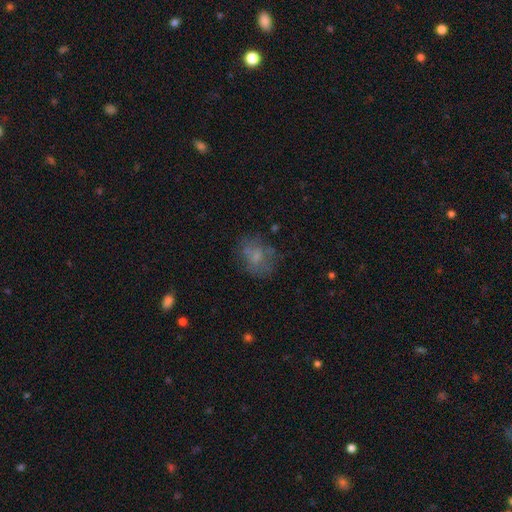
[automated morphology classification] A smooth galaxy with no disk features (54%) that is in between round and cigar-shaped (52%).

Vote fractions:
- Smooth or featured? smooth: 54% / featured or disk: 33% / star or artifact: 14%
- How rounded? in between: 52% / round: 47% / cigar-shaped: 1%
- Merging? none: 58% / minor disturbance: 21% / major disturbance: 17% / merger: 4%